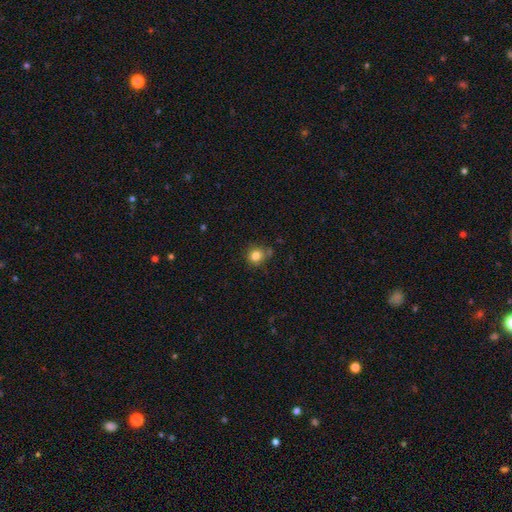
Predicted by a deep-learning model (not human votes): Morphology: type=smooth (82%); roundness=round (87%); merging=none (75%).